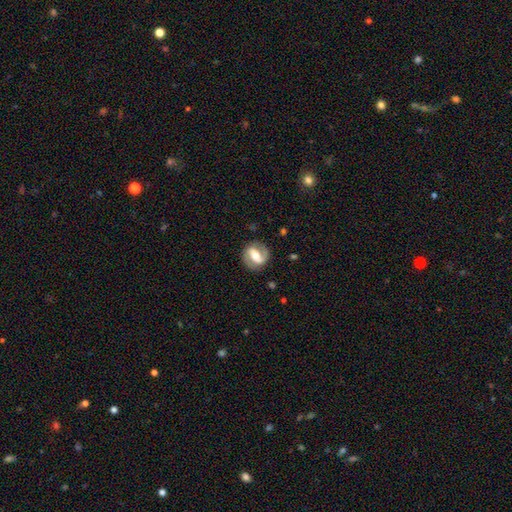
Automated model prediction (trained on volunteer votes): smooth-or-featured: featured or disk: 81% | smooth: 14% | star or artifact: 5%
  disk-edge-on: no: 97% | yes: 3%
    bar: strong: 55% | weak: 32% | no: 13%
    has-spiral-arms: yes: 89% | no: 11%
      spiral-winding: medium: 48% | tight: 31% | loose: 20%
      spiral-arm-count: 2: 89% | 1: 4% | can't tell: 4% | 3: 1% | 4: 1% | more than 4: 1%
    bulge-size: moderate: 63% | small: 17% | large: 16% | none: 2% | dominant: 2%
  merging: none: 84% | minor disturbance: 10% | major disturbance: 4% | merger: 1%